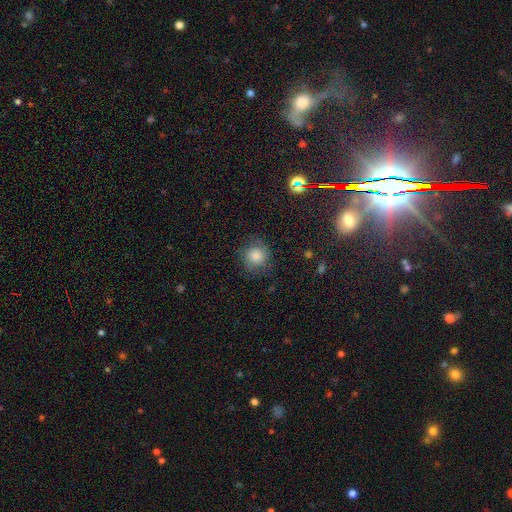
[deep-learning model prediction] This is possibly a smooth galaxy (58%). How rounded: clearly round (85%). Merging: likely none (72%).